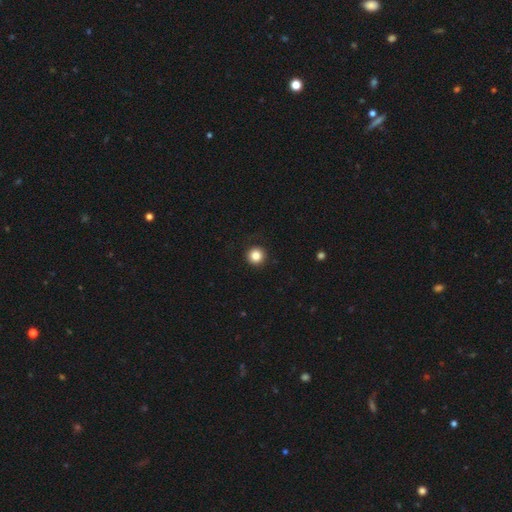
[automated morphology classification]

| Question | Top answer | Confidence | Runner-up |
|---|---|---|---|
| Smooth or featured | smooth | 85% | star or artifact (11%) |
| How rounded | round | 96% | in between (3%) |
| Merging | none | 91% | minor disturbance (6%) |